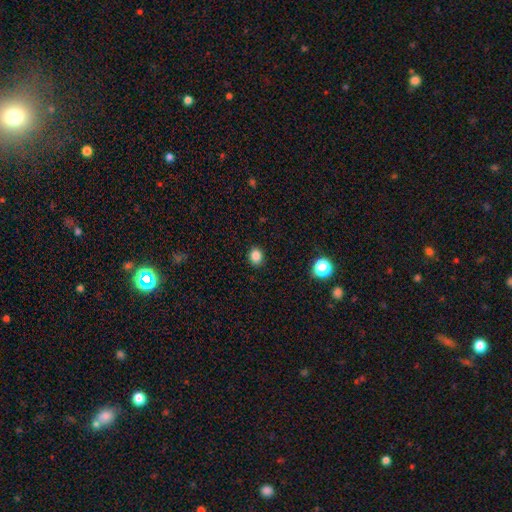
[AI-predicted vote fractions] The model was most divided on "how rounded": round: 69%, in between: 30%, cigar-shaped: 1%. More confident: merging — none (89%); smooth or featured — smooth (84%).